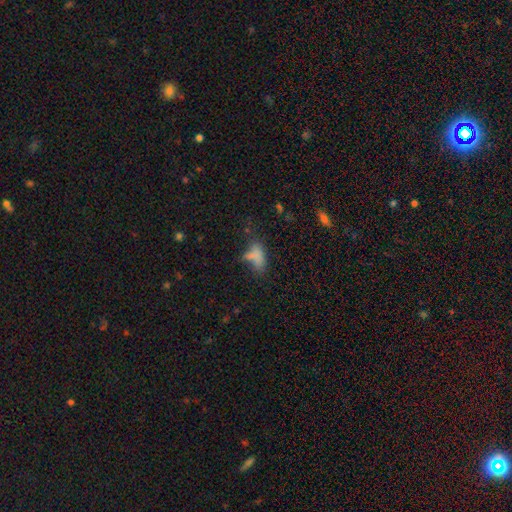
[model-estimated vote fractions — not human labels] smooth 69%, star or artifact 17%, featured or disk 14%. Down the decision tree: how rounded — in between (79%); merging — none (35%).